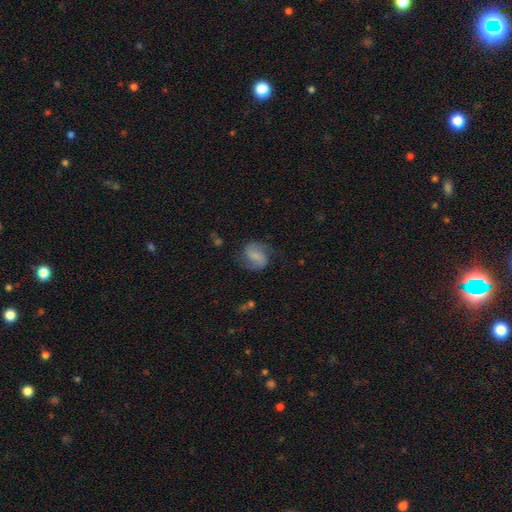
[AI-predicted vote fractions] Smooth or featured?
  - featured or disk: 53% *
  - smooth: 39%
  - star or artifact: 9%
Edge-on disk?
  - no: 97% *
  - yes: 3%
Bar?
  - weak: 42% *
  - no: 32%
  - strong: 26%
Spiral arms?
  - yes: 89% *
  - no: 11%
Bulge size?
  - none: 49% *
  - small: 24%
  - moderate: 16%
  - large: 9%
  - dominant: 3%
Merging?
  - none: 68% *
  - minor disturbance: 19%
  - major disturbance: 11%
  - merger: 2%